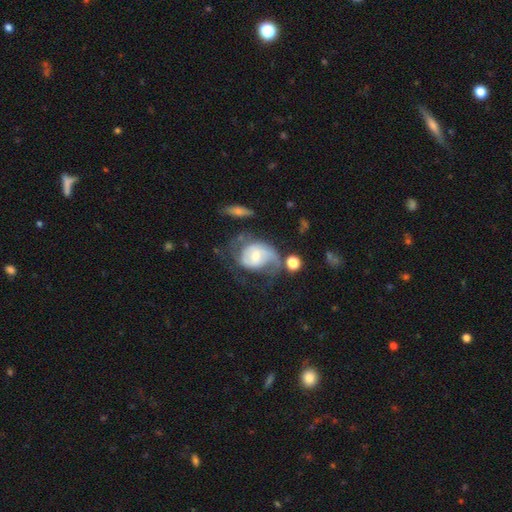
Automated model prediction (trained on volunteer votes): A featured or disk galaxy (65%) with no bar (47%), 2 (40%) medium (38%) spiral arms (81%) and a small central bulge (43%). Merging: major disturbance (40%).